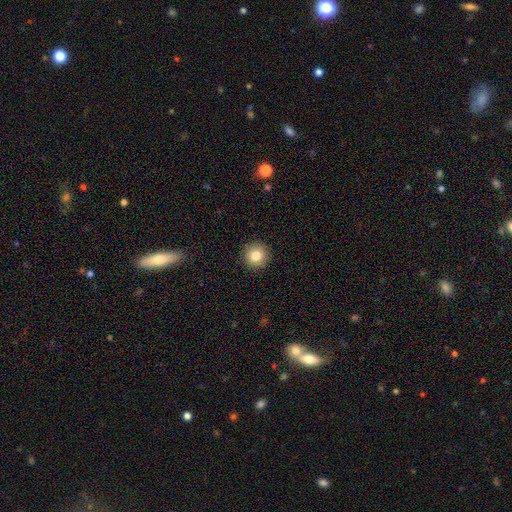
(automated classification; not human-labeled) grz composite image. It shows a smooth galaxy with no disk features (82%) that is round (95%). Merging: none (92%).